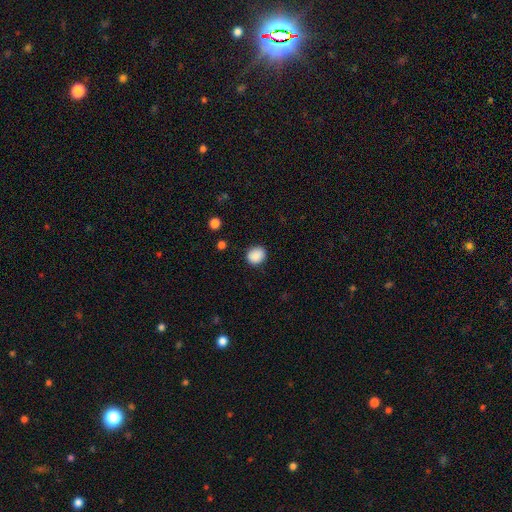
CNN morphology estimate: smooth-or-featured: smooth: 89% | star or artifact: 9% | featured or disk: 3%
  how-rounded: round: 76% | in between: 23% | cigar-shaped: 1%
  merging: none: 88% | minor disturbance: 9% | major disturbance: 2% | merger: 1%